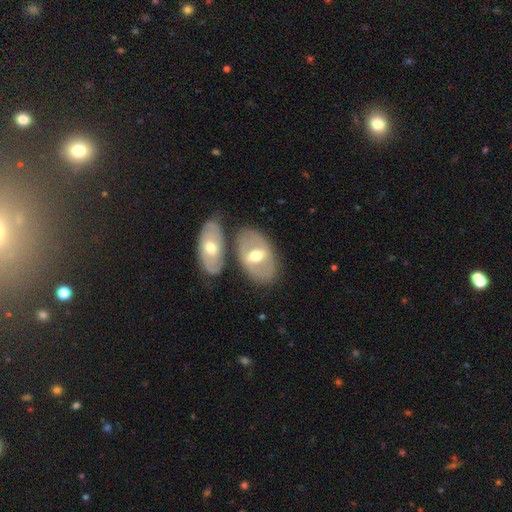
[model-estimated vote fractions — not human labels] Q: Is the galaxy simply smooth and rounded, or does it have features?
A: featured or disk — 62%.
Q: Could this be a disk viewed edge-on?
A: no — 88%.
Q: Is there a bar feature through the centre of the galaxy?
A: weak — 41%.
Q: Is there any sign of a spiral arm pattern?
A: no — 60%.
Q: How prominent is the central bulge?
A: moderate — 75%.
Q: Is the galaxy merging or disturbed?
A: none — 60%.